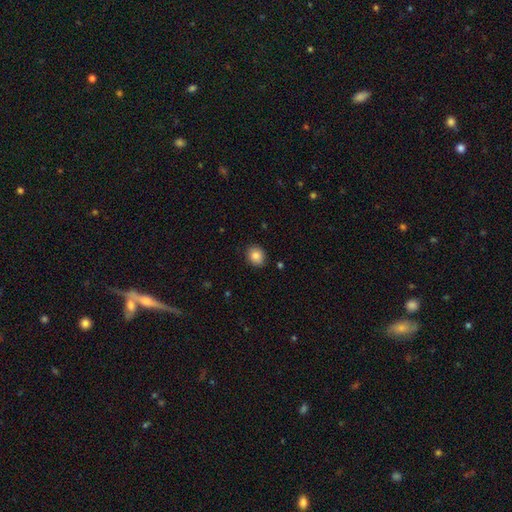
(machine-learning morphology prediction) This is clearly a smooth galaxy (85%). How rounded: possibly round (54%). Merging: clearly none (89%).